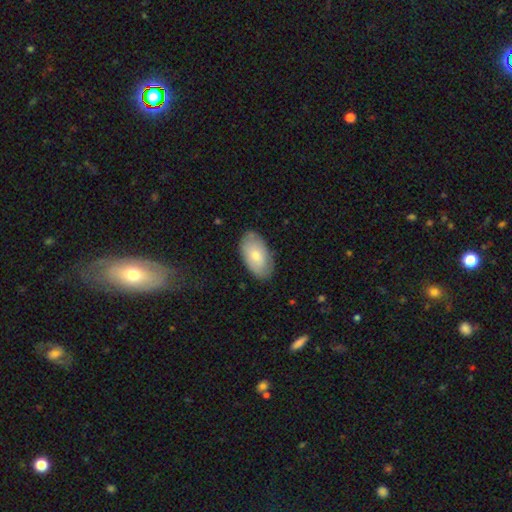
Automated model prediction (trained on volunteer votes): Q: Smooth or featured?
A: smooth (73%); runner-up: featured or disk (21%)
Q: How rounded?
A: in between (95%); runner-up: round (4%)
Q: Merging?
A: none (81%); runner-up: minor disturbance (15%)